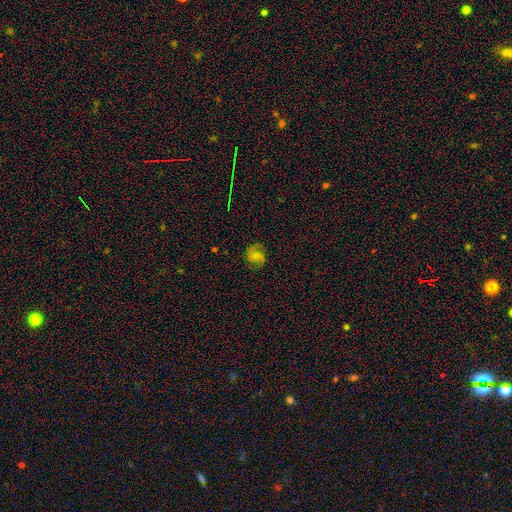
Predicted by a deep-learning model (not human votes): Smooth or featured?
  - featured or disk: 48% *
  - smooth: 39%
  - star or artifact: 13%
Merging?
  - none: 73% *
  - minor disturbance: 18%
  - major disturbance: 8%
  - merger: 1%